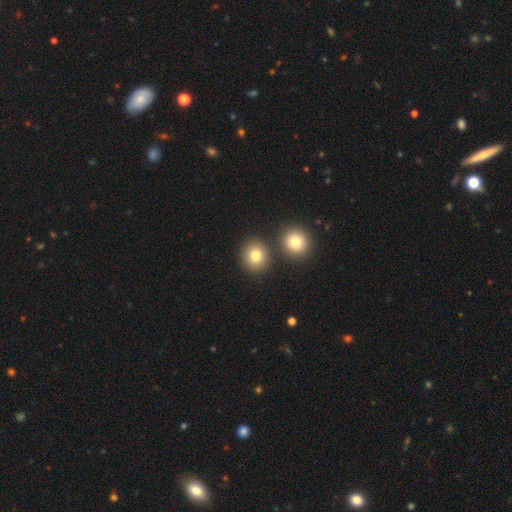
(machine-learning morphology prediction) Smooth or featured: smooth — 81% (star or artifact — 11%)
How rounded: round — 84% (in between — 15%)
Merging: none — 81% (merger — 10%)